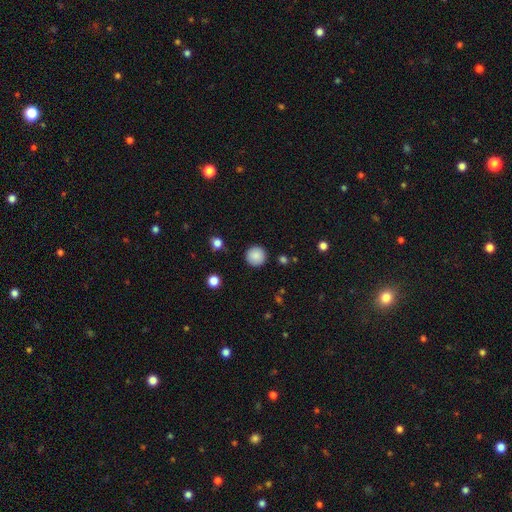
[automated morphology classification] type=smooth (87%); roundness=round (96%); merging=none (91%).